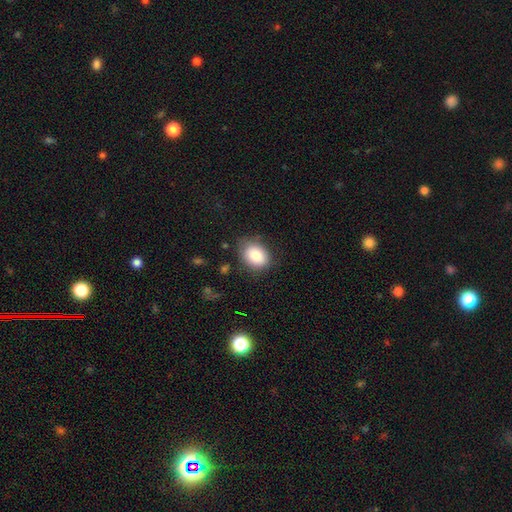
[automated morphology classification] The model was most divided on "how rounded": in between: 59%, round: 40%, cigar-shaped: 1%. More confident: smooth or featured — smooth (82%); merging — none (75%).